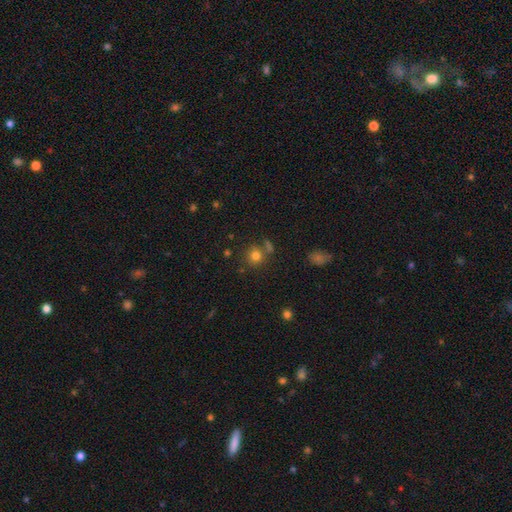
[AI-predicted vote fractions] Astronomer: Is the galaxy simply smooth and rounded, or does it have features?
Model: smooth — 77%.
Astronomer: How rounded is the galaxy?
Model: round — 87%.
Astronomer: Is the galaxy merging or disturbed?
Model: none — 70%.